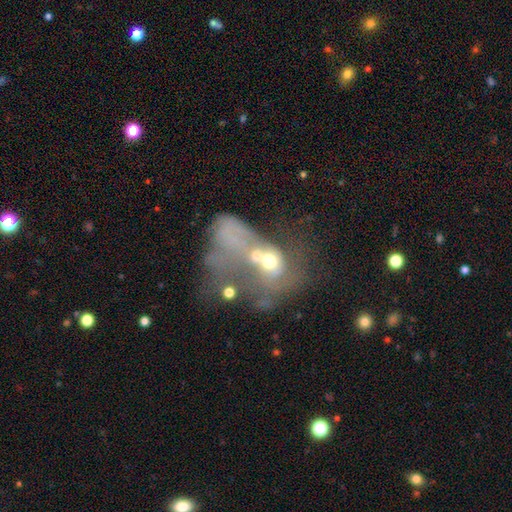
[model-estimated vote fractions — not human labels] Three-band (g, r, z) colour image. It shows a featured or disk galaxy (52%). Merging: merger (60%).